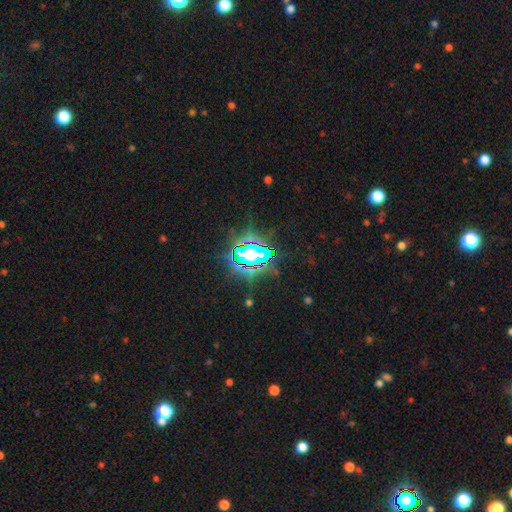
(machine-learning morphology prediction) A star or artifact, not a galaxy (81%).

Vote fractions:
- Smooth or featured? star or artifact: 81% / smooth: 11% / featured or disk: 8%